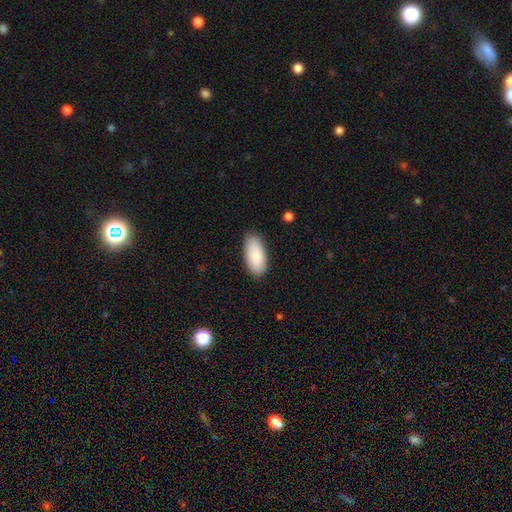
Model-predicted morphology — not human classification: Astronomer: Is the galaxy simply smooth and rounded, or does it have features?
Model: smooth — 85%.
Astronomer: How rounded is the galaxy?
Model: in between — 92%.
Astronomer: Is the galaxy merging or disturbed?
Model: none — 82%.